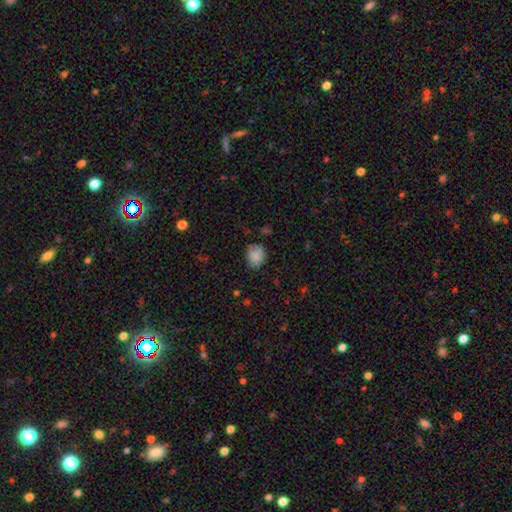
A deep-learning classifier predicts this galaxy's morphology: A smooth galaxy with no disk features (82%) that is round (63%). Merging: none (66%).